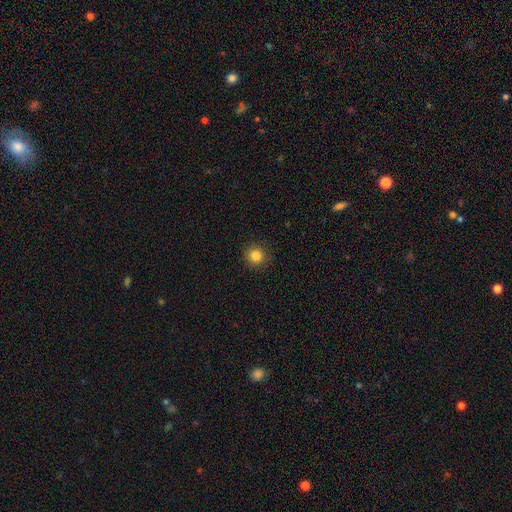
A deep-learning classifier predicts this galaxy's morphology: This appears to be a smooth galaxy with no disk features (84%) that is round (93%). Merging: none (91%).